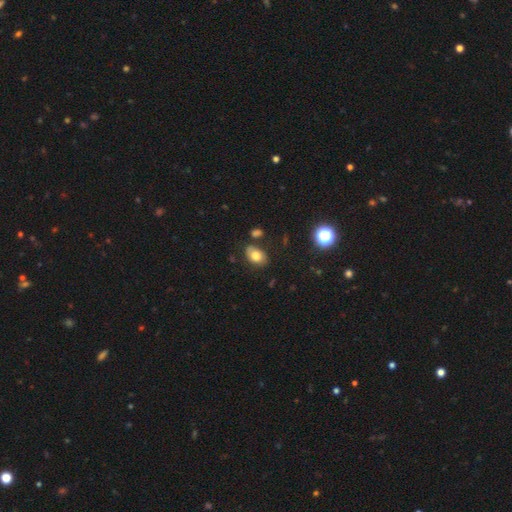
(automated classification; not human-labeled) A smooth galaxy with no disk features (77%) that is in between round and cigar-shaped (81%). Merging: none (78%).